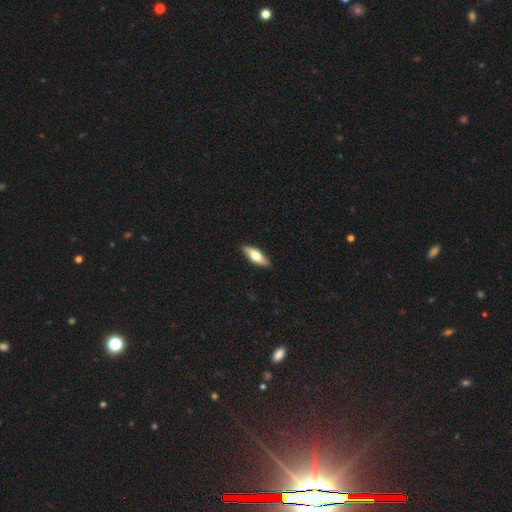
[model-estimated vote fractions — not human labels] Morphology: type=smooth (58%); roundness=in between (60%); merging=none (88%).